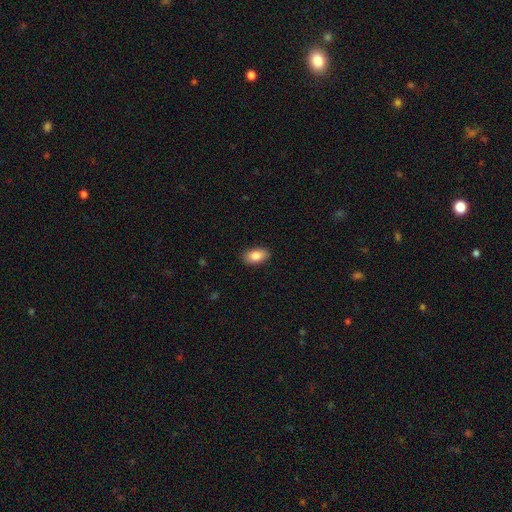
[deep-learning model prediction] This is clearly a smooth galaxy (84%). How rounded: clearly in between (92%). Merging: clearly none (89%).